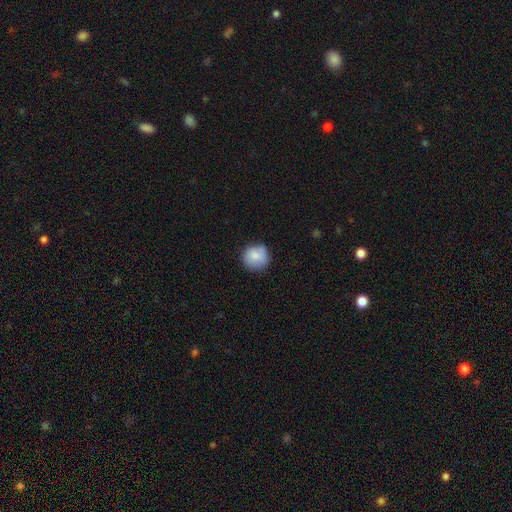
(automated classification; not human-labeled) Smooth or featured?
  - smooth: 83% *
  - featured or disk: 9%
  - star or artifact: 8%
How rounded?
  - round: 92% *
  - in between: 7%
  - cigar-shaped: 1%
Merging?
  - none: 78% *
  - minor disturbance: 17%
  - major disturbance: 3%
  - merger: 2%